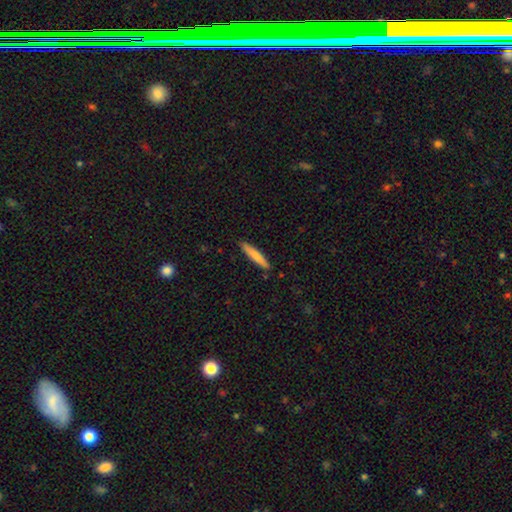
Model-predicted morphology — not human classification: Smooth or featured? Predicted: smooth (p=0.77). How rounded? Predicted: cigar-shaped (p=0.91). Merging? Predicted: none (p=0.89).